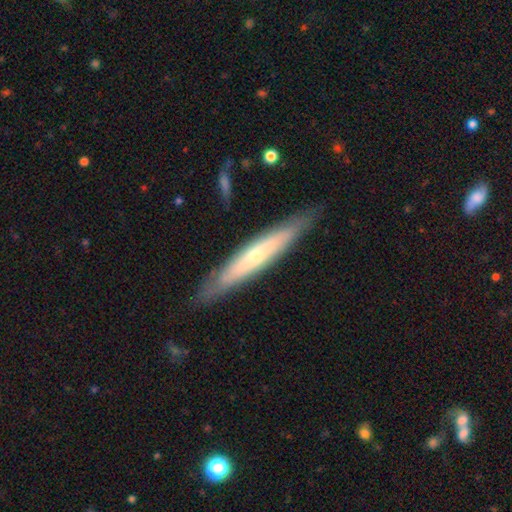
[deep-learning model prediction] Smooth or featured?
  - featured or disk: 52% *
  - smooth: 43%
  - star or artifact: 6%
Edge-on disk?
  - yes: 81% *
  - no: 19%
Merging?
  - none: 85% *
  - minor disturbance: 11%
  - major disturbance: 2%
  - merger: 1%